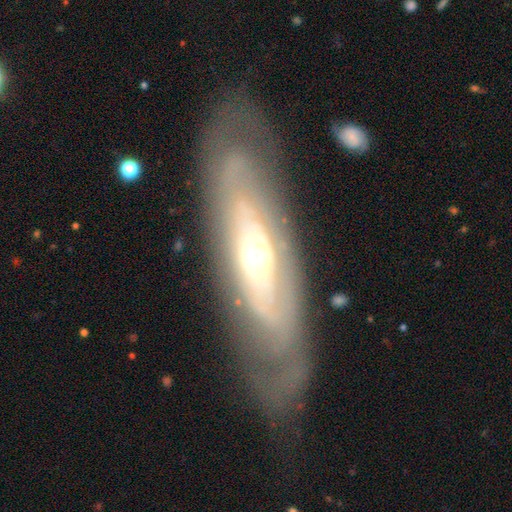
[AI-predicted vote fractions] The model was most divided on "bulge size": moderate: 54%, small: 37%, large: 7%, dominant: 1%, none: 1%. More confident: edge-on disk — no (78%); merging — none (77%); smooth or featured — featured or disk (76%); bar — no (73%); spiral arms — yes (62%).